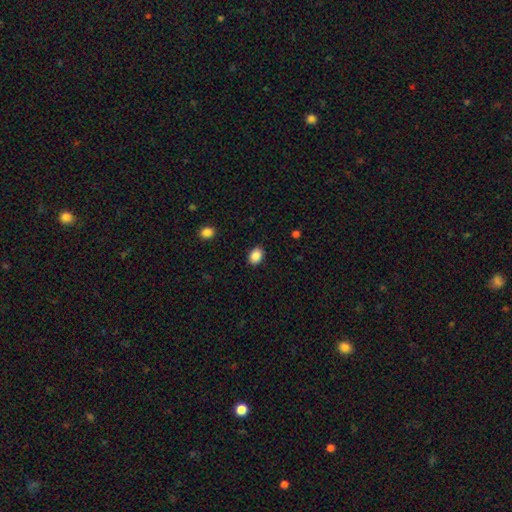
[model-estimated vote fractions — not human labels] smooth 88%, star or artifact 9%, featured or disk 3%. Down the decision tree: how rounded — in between (70%); merging — none (88%).